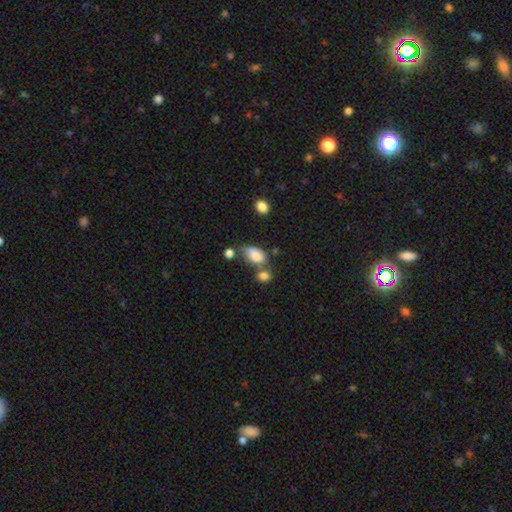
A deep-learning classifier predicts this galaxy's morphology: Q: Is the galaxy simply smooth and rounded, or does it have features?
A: smooth — 81%.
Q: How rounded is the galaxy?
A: in between — 90%.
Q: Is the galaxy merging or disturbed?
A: none — 42%.